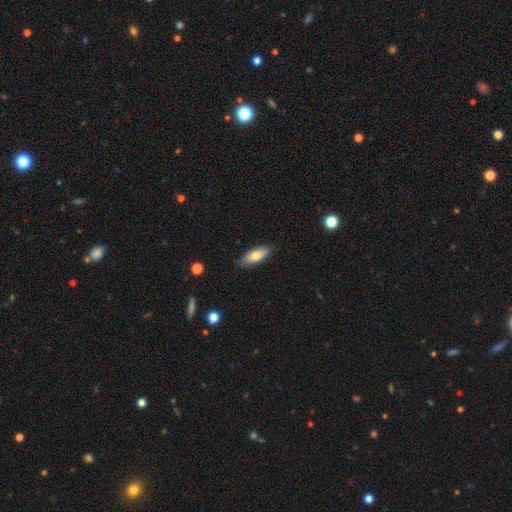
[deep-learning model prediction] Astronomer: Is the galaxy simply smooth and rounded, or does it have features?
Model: smooth — 74%.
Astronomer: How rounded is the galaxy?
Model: in between — 72%.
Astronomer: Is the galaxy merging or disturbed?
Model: none — 82%.